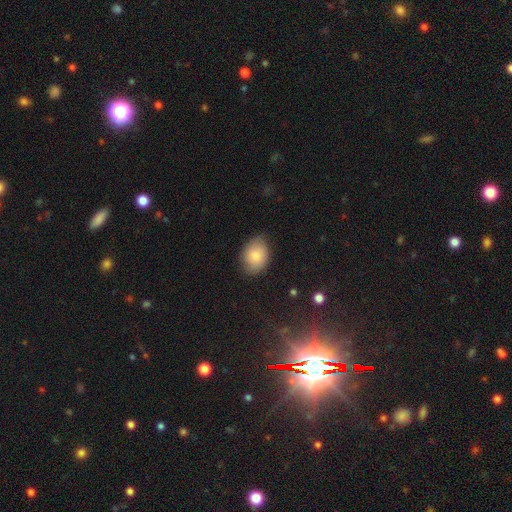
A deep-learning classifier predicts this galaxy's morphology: smooth_or_featured: smooth (p=0.82) [alt: featured or disk p=0.11]
how_rounded: in between (p=0.65) [alt: round p=0.34]
merging: none (p=0.73) [alt: minor disturbance p=0.22]